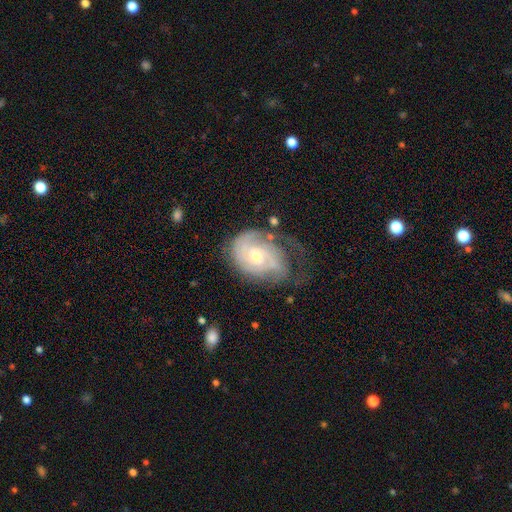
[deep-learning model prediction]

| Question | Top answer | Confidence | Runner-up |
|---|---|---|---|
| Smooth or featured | featured or disk | 79% | smooth (15%) |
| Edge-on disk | no | 97% | yes (3%) |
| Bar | no | 57% | weak (37%) |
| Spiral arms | yes | 92% | no (8%) |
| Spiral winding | tight | 58% | medium (31%) |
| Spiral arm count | can't tell | 37% | 2 (33%) |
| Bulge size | small | 50% | moderate (46%) |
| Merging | none | 42% | major disturbance (27%) |